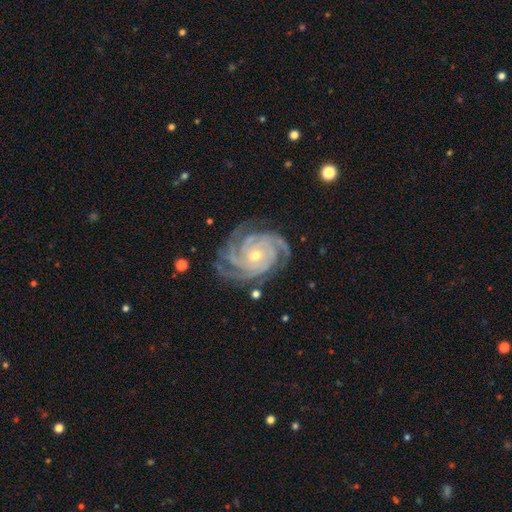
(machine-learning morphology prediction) Smooth or featured? Predicted: featured or disk (p=0.94). Edge-on disk? Predicted: no (p=0.98). Bar? Predicted: no (p=0.73). Spiral arms? Predicted: yes (p=0.99). Spiral winding? Predicted: tight (p=0.78). Spiral arm count? Predicted: 4 (p=0.41). Bulge size? Predicted: small (p=0.63). Merging? Predicted: none (p=0.79).